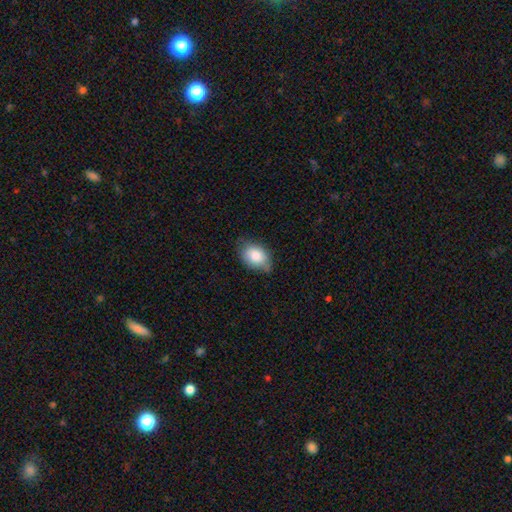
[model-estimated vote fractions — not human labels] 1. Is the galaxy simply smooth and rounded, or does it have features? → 84% smooth, 9% featured or disk, 7% star or artifact.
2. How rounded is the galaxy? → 84% in between, 15% round, 1% cigar-shaped.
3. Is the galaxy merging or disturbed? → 64% none, 30% minor disturbance, 5% major disturbance, 1% merger.